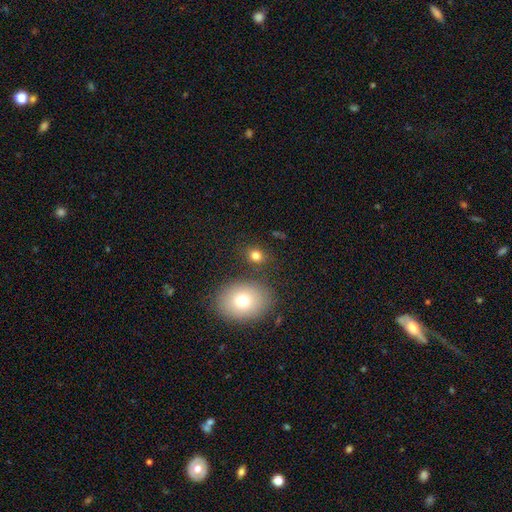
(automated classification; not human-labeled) smooth-or-featured: smooth: 78% | star or artifact: 13% | featured or disk: 9%
  how-rounded: round: 57% | in between: 42% | cigar-shaped: 1%
  merging: none: 77% | minor disturbance: 10% | merger: 9% | major disturbance: 4%